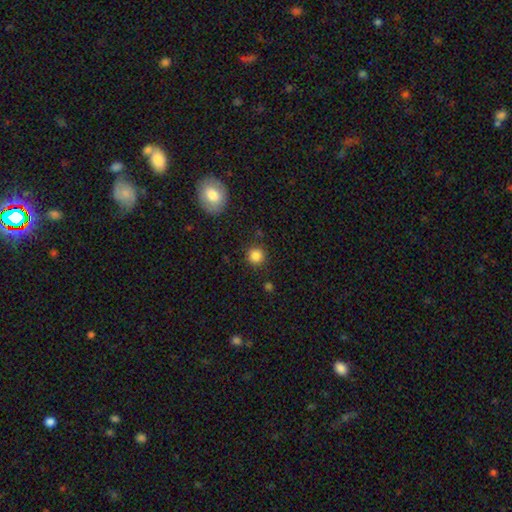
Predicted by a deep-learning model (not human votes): Smooth or featured? Predicted: smooth (p=0.85). How rounded? Predicted: round (p=0.93). Merging? Predicted: none (p=0.86).